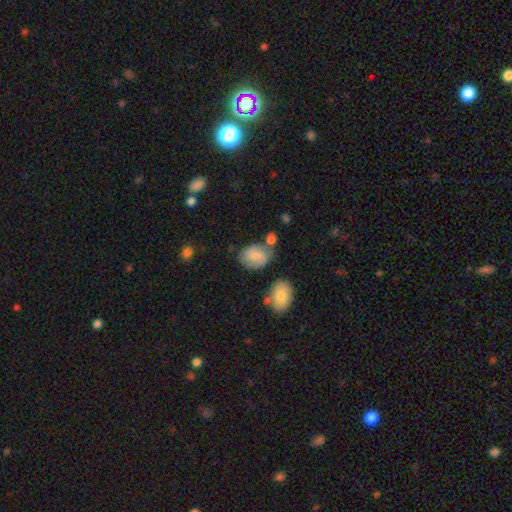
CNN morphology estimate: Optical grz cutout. It shows a smooth galaxy with no disk features (66%) that is in between round and cigar-shaped (67%). Merging: none (55%).